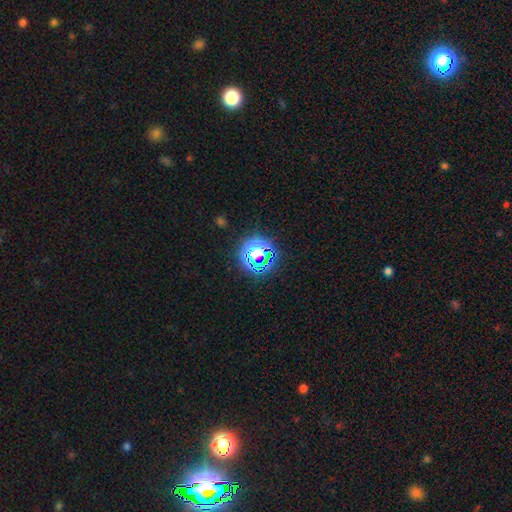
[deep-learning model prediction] Smooth or featured?
  - star or artifact: 74% *
  - smooth: 18%
  - featured or disk: 8%